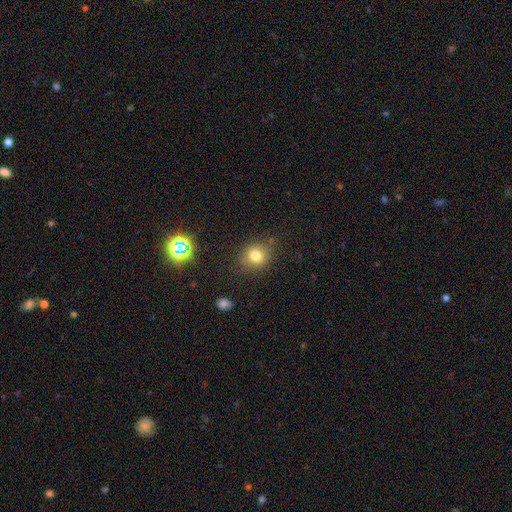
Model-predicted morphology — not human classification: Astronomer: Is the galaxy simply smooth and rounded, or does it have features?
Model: smooth — 77%.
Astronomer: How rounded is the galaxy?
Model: round — 74%.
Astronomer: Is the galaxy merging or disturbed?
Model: none — 81%.